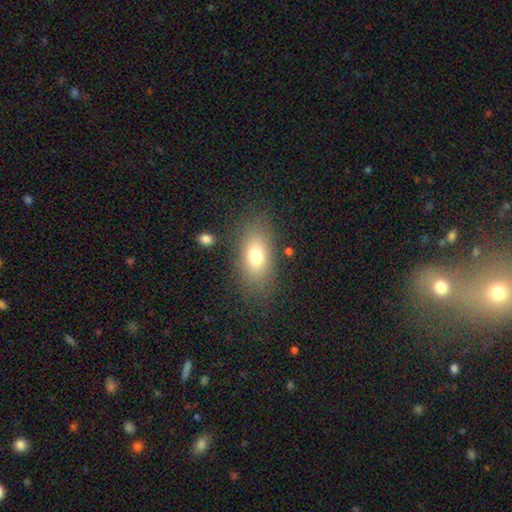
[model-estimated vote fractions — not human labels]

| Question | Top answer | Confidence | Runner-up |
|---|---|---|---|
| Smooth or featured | smooth | 73% | featured or disk (16%) |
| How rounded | in between | 84% | round (10%) |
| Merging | none | 81% | minor disturbance (11%) |